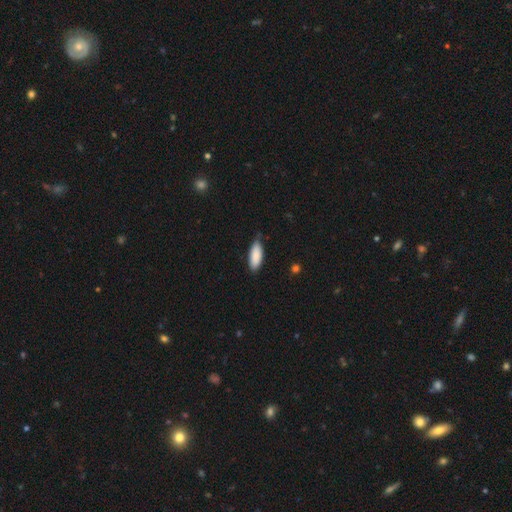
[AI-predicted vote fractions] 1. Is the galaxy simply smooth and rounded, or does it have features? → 88% smooth, 6% featured or disk, 6% star or artifact.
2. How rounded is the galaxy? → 76% in between, 23% cigar-shaped, 2% round.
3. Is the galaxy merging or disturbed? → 72% none, 23% minor disturbance, 3% major disturbance, 2% merger.